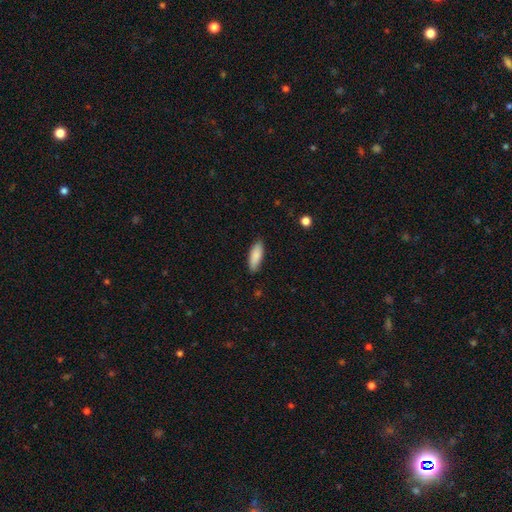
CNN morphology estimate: This appears to be a smooth galaxy with no disk features (87%) that is in between round and cigar-shaped (68%). Merging: none (84%).